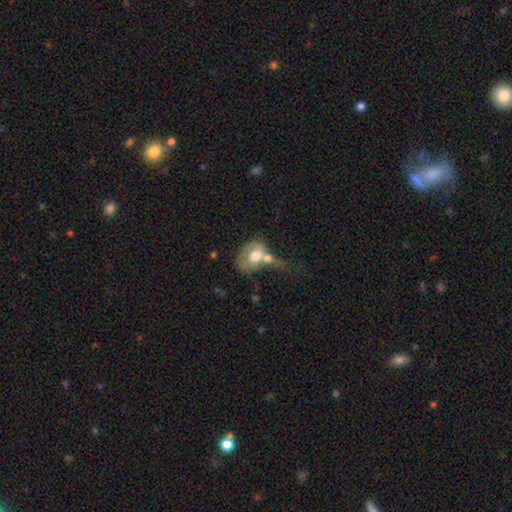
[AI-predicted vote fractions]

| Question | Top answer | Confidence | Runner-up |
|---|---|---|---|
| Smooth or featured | smooth | 59% | featured or disk (35%) |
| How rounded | in between | 65% | round (34%) |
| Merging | merger | 55% | none (16%) |